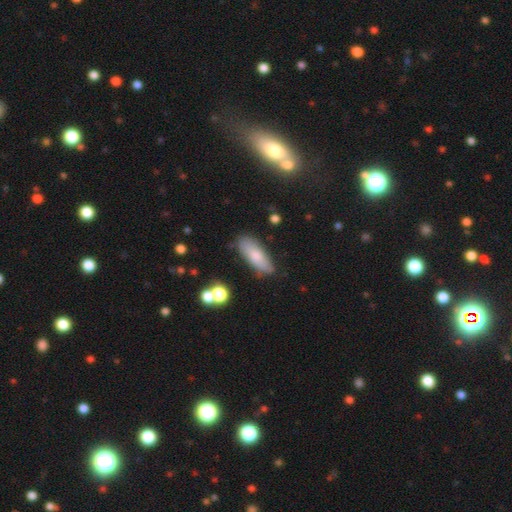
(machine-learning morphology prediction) This appears to be a smooth galaxy with no disk features (75%) that is in between round and cigar-shaped (68%). Merging: none (78%).